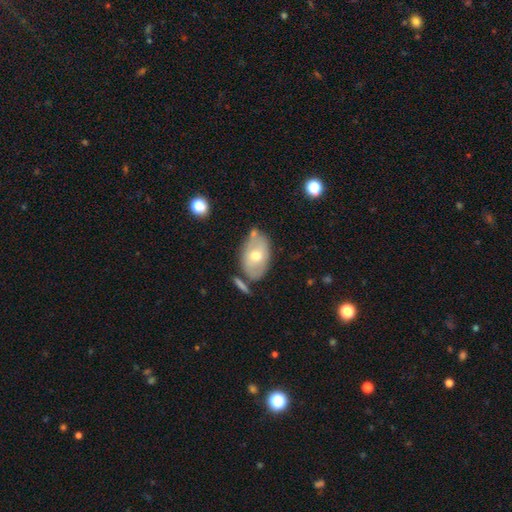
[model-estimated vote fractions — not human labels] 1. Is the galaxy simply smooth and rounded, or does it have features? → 57% smooth, 36% featured or disk, 7% star or artifact.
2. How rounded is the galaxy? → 88% in between, 10% round, 2% cigar-shaped.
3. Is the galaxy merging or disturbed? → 67% none, 18% minor disturbance, 10% merger, 5% major disturbance.